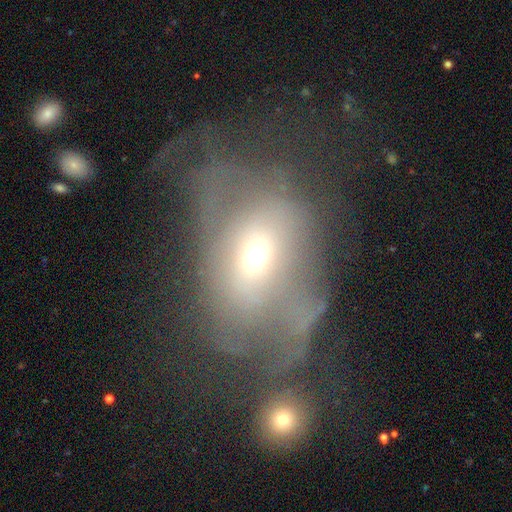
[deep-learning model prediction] A featured or disk galaxy (44%). Merging: major disturbance (50%).